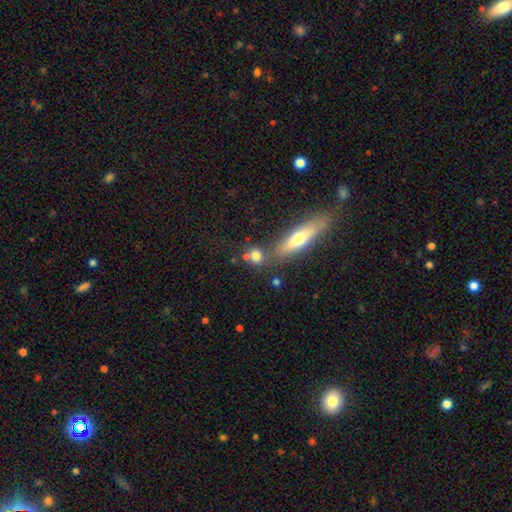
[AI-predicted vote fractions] Smooth or featured: smooth — 73% (featured or disk — 15%)
How rounded: round — 62% (in between — 28%)
Merging: none — 59% (merger — 25%)